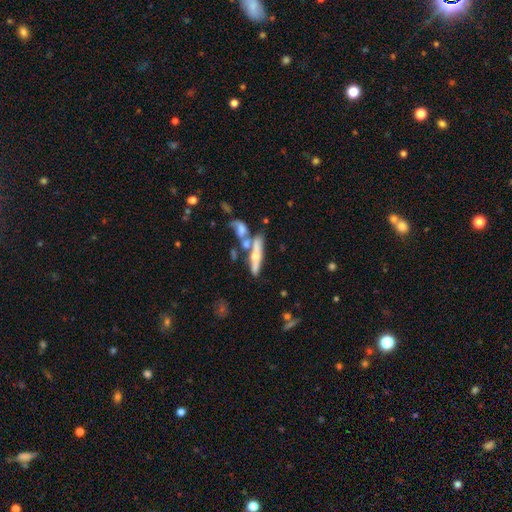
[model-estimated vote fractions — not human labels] smooth_or_featured: featured or disk (p=0.58) [alt: smooth p=0.35]
disk_edge_on: yes (p=0.81) [alt: no p=0.19]
merging: none (p=0.46) [alt: merger p=0.35]